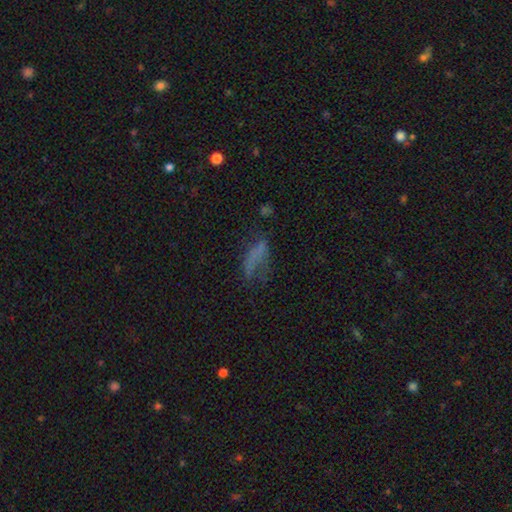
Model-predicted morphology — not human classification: Q: Smooth or featured?
A: smooth (48%); runner-up: featured or disk (30%)
Q: Merging?
A: major disturbance (36%); tied with: none (36%)